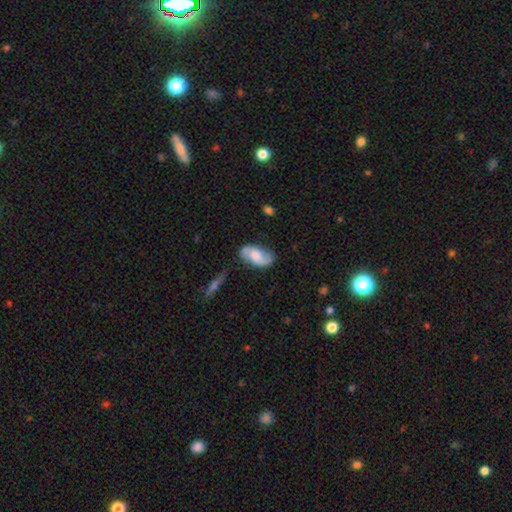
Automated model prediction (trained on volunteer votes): A featured or disk galaxy (58%) with no bar (57%), 2 (88%) loose (43%) spiral arms (91%) and a moderate central bulge (31%).

Vote fractions:
- Smooth or featured? featured or disk: 58% / smooth: 35% / star or artifact: 7%
- Edge-on disk? no: 95% / yes: 5%
- Bar? no: 57% / weak: 35% / strong: 8%
- Spiral arms? yes: 91% / no: 9%
- Spiral winding? loose: 43% / medium: 40% / tight: 17%
- Spiral arm count? 2: 88% / can't tell: 6% / 1: 3% / 3: 1% / 4: 1% / more than 4: 1%
- Bulge size? moderate: 31% / large: 26% / none: 22% / small: 17% / dominant: 4%
- Merging? none: 72% / minor disturbance: 19% / major disturbance: 6% / merger: 3%